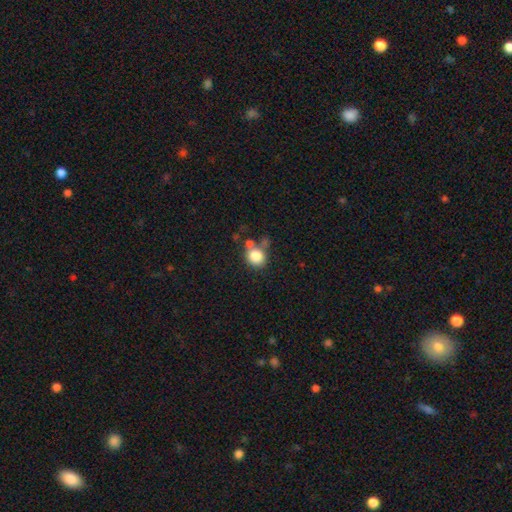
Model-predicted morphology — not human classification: Smooth or featured? smooth (82%)
How rounded? round (80%)
Merging? none (52%)